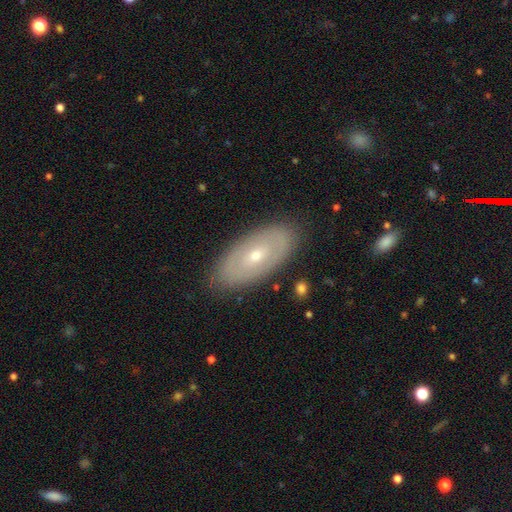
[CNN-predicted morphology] Smooth or featured? Predicted: featured or disk (p=0.56). Edge-on disk? Predicted: no (p=0.87). Merging? Predicted: none (p=0.85).